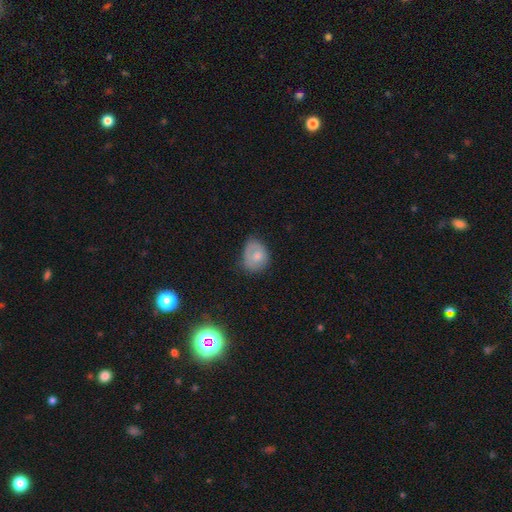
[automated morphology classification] The model was most divided on "how rounded": round: 50%, in between: 49%, cigar-shaped: 1%. Remaining: smooth or featured — smooth (68%); merging — none (43%).